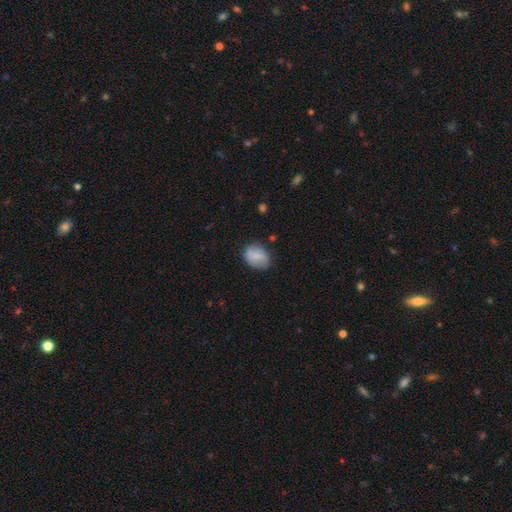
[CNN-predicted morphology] A smooth galaxy with no disk features (64%) that is in between round and cigar-shaped (62%).

Vote fractions:
- Smooth or featured? smooth: 64% / featured or disk: 28% / star or artifact: 8%
- How rounded? in between: 62% / round: 36% / cigar-shaped: 1%
- Merging? none: 76% / minor disturbance: 17% / major disturbance: 5% / merger: 2%